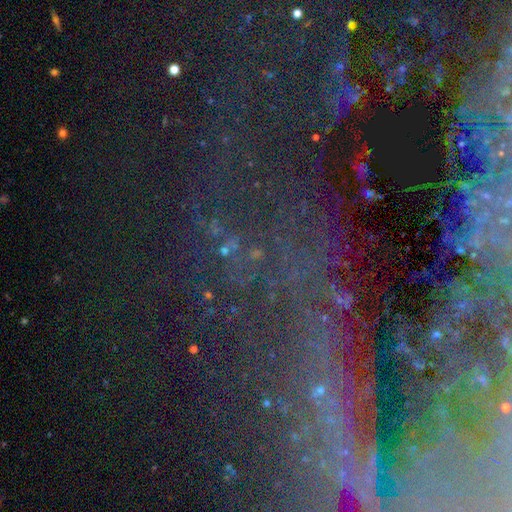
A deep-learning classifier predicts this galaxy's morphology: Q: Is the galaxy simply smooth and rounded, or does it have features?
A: star or artifact — 65%.